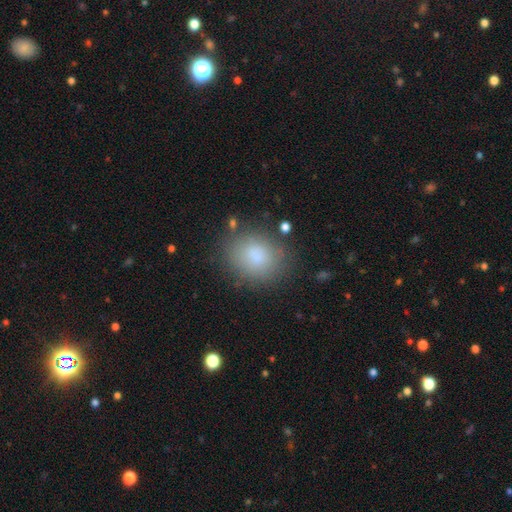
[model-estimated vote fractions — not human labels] This appears to be a smooth galaxy with no disk features (83%) that is round (62%). Merging: none (78%).